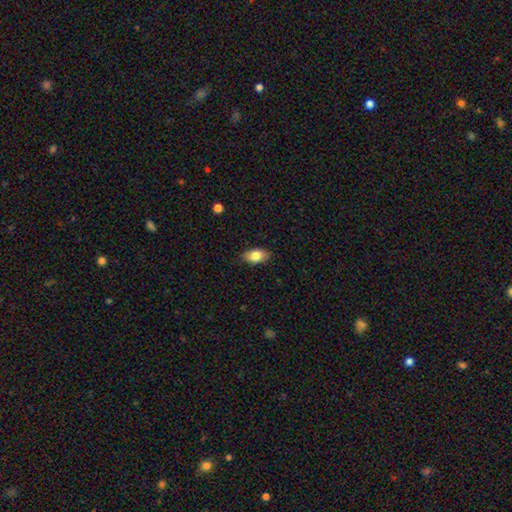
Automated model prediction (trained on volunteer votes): The model was most divided on "smooth or featured": smooth: 82%, featured or disk: 11%, star or artifact: 7%. More confident: how rounded — in between (92%); merging — none (87%).